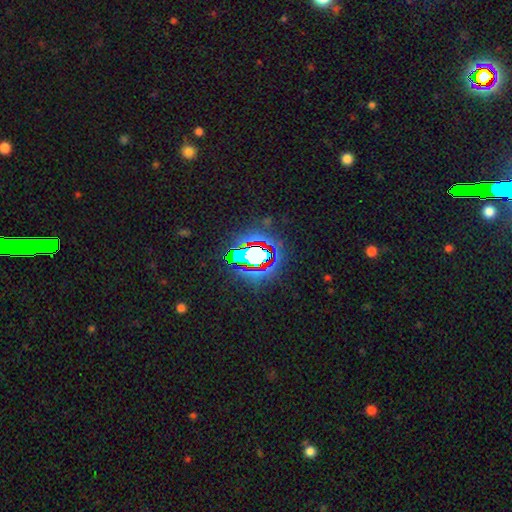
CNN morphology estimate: Smooth or featured? star or artifact (66%)